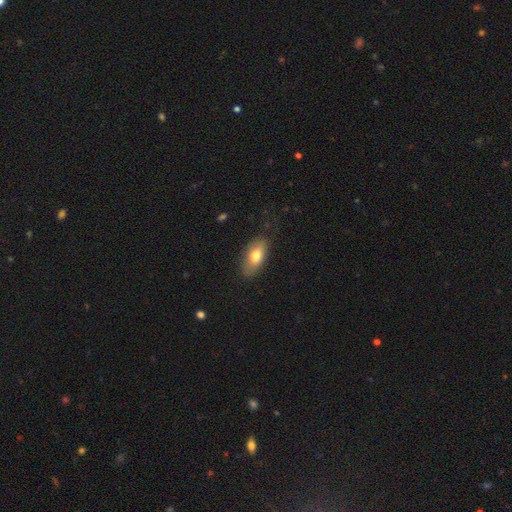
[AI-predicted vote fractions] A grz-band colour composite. It shows a smooth galaxy with no disk features (73%) that is in between round and cigar-shaped (87%). Merging: none (78%).